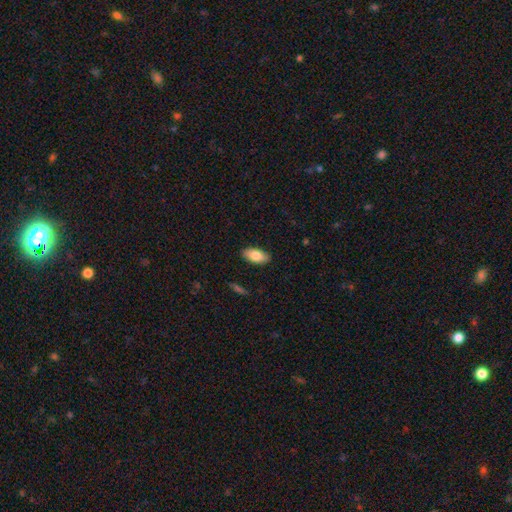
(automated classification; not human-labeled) Q: Smooth or featured?
A: smooth (80%); runner-up: featured or disk (14%)
Q: How rounded?
A: in between (90%); runner-up: cigar-shaped (7%)
Q: Merging?
A: none (88%); runner-up: minor disturbance (9%)